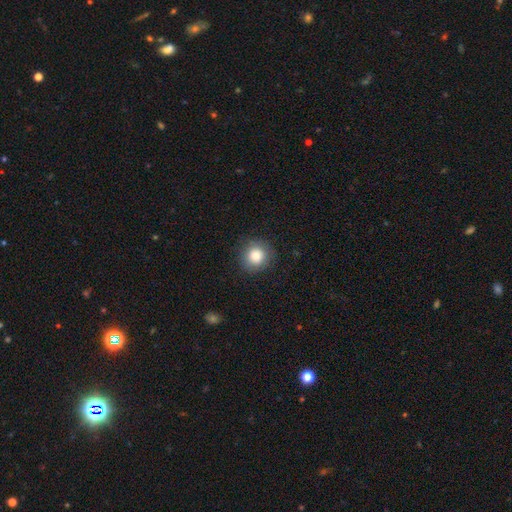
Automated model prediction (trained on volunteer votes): Smooth or featured?
  - smooth: 82% *
  - star or artifact: 10%
  - featured or disk: 8%
How rounded?
  - round: 91% *
  - in between: 8%
  - cigar-shaped: 1%
Merging?
  - none: 86% *
  - minor disturbance: 10%
  - major disturbance: 3%
  - merger: 1%